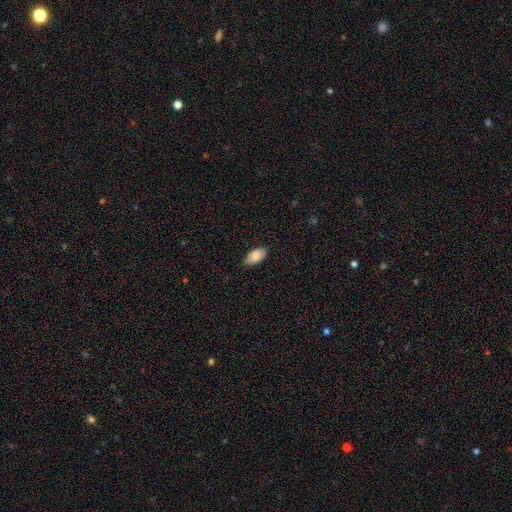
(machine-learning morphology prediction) The model was most divided on "merging": none: 83%, minor disturbance: 14%, major disturbance: 2%, merger: 1%. More confident: how rounded — in between (93%); smooth or featured — smooth (87%).